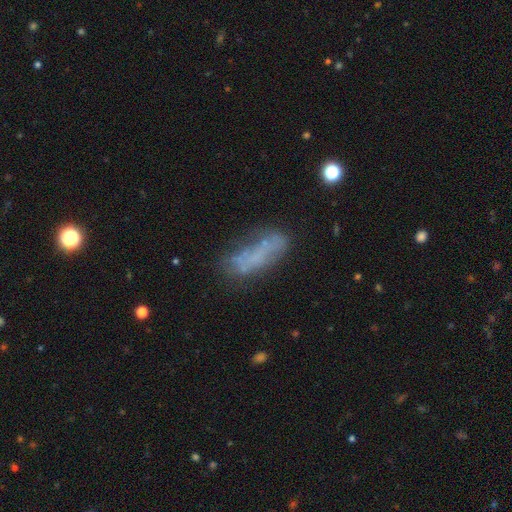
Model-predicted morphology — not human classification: The model was most divided on "smooth or featured": smooth: 45%, featured or disk: 42%, star or artifact: 14%. More confident: merging — none (51%).